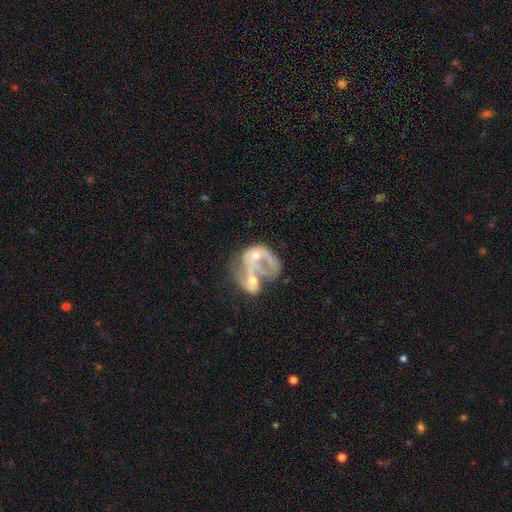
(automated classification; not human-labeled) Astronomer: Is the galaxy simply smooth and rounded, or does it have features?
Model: featured or disk — 64%.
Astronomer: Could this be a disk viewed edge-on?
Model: no — 98%.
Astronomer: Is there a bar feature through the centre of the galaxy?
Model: no — 82%.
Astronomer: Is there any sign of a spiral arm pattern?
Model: no — 64%.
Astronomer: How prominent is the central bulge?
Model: moderate — 47% (runner-up: small, 23%).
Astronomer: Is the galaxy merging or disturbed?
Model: merger — 63%.